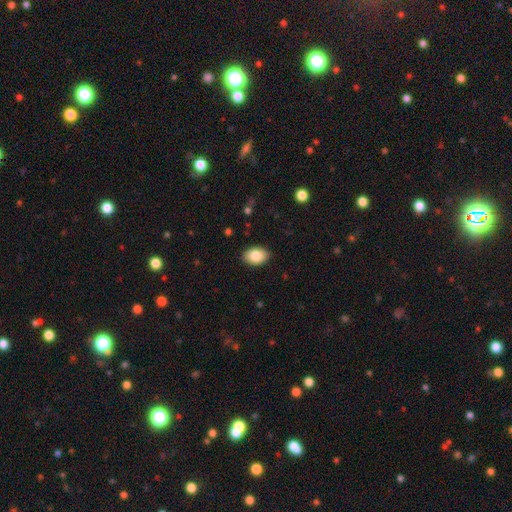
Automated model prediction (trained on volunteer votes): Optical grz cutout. It shows a smooth galaxy with no disk features (86%) that is in between round and cigar-shaped (85%). Merging: none (89%).